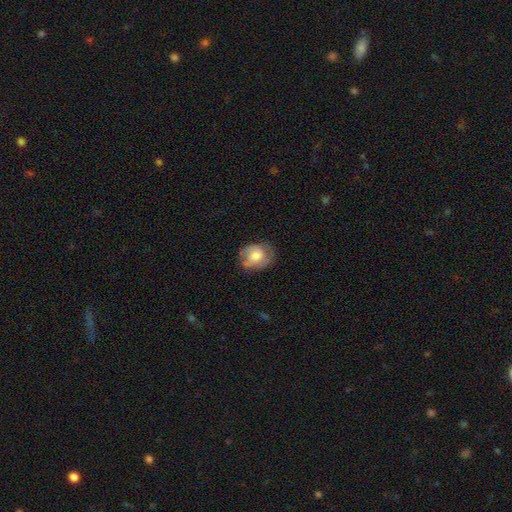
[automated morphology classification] Overall: smooth (57%; featured or disk 35%). How rounded: round (57%; in between 42%). Merging: none (64%; minor disturbance 25%).